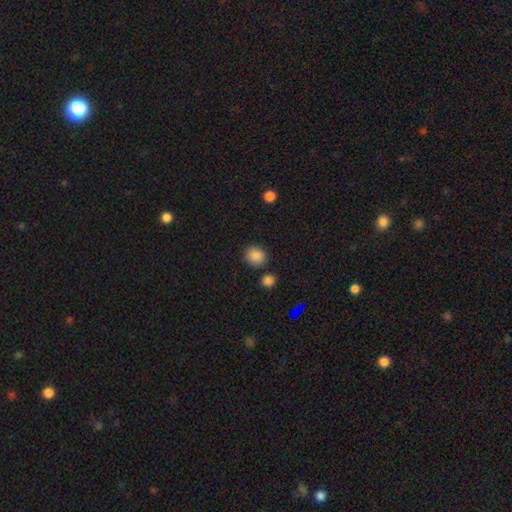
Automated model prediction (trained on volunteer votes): A smooth galaxy with no disk features (85%) that is round (76%). Merging: none (82%).